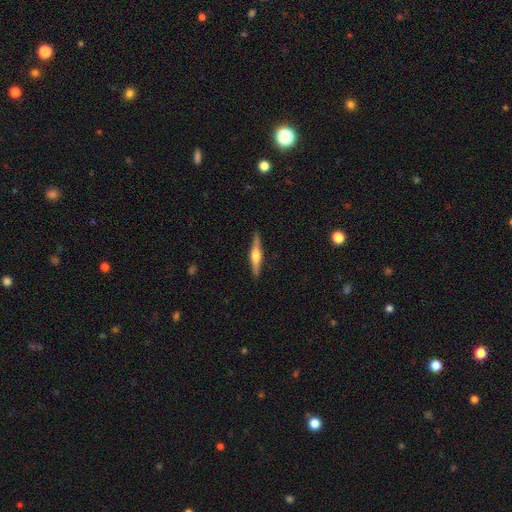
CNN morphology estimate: Smooth or featured?
  - featured or disk: 66% *
  - smooth: 29%
  - star or artifact: 5%
Edge-on disk?
  - yes: 97% *
  - no: 3%
Edge-on bulge?
  - rounded: 87% *
  - boxy: 9%
  - none: 4%
Merging?
  - none: 90% *
  - minor disturbance: 8%
  - major disturbance: 2%
  - merger: 1%